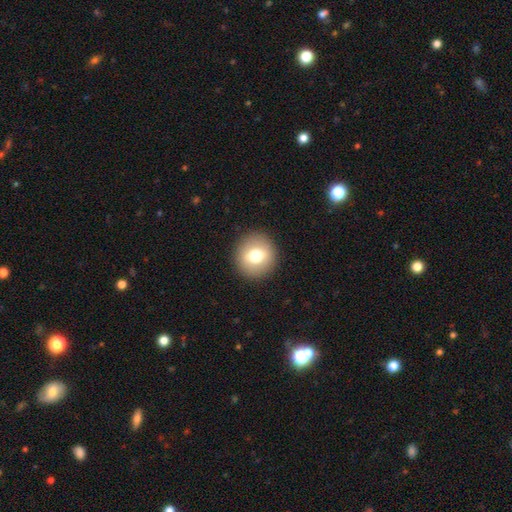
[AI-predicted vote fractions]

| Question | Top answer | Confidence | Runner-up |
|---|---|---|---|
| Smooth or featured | smooth | 72% | featured or disk (19%) |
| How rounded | round | 91% | in between (8%) |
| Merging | none | 91% | minor disturbance (6%) |